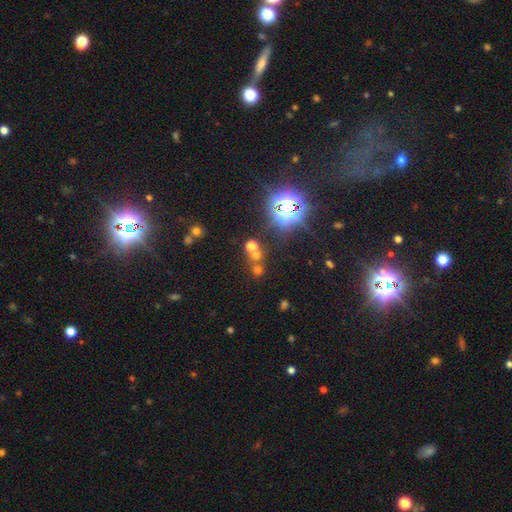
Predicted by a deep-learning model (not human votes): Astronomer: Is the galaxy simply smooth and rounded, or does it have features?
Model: star or artifact — 56% (runner-up: smooth, 34%).